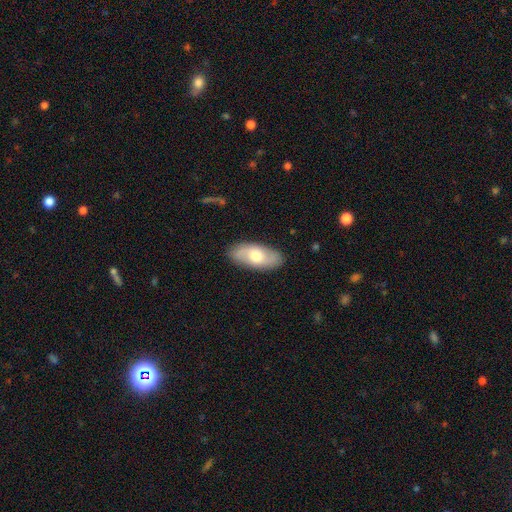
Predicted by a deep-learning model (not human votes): This appears to be a smooth galaxy with no disk features (55%) that is in between round and cigar-shaped (89%). Merging: none (86%).